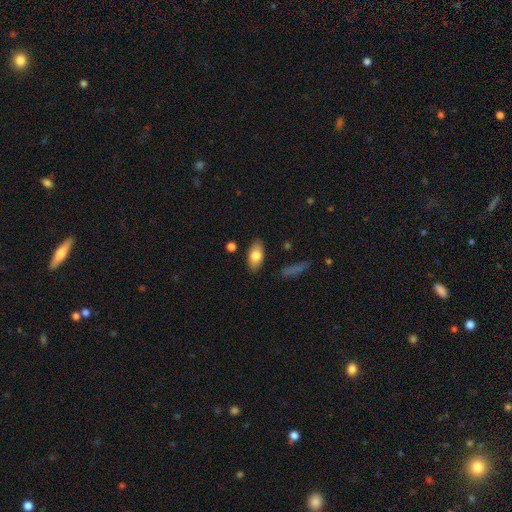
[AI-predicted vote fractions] The model was most divided on "smooth or featured": smooth: 77%, featured or disk: 16%, star or artifact: 7%. More confident: how rounded — in between (91%); merging — none (86%).